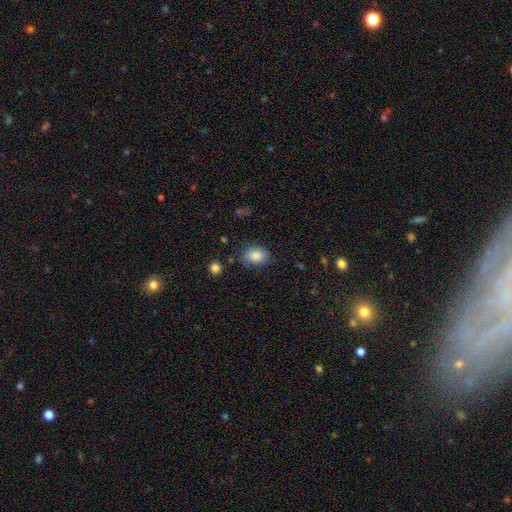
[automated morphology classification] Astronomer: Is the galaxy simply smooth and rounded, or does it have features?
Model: smooth — 85%.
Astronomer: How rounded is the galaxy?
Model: in between — 74%.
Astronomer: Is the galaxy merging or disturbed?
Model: none — 76%.